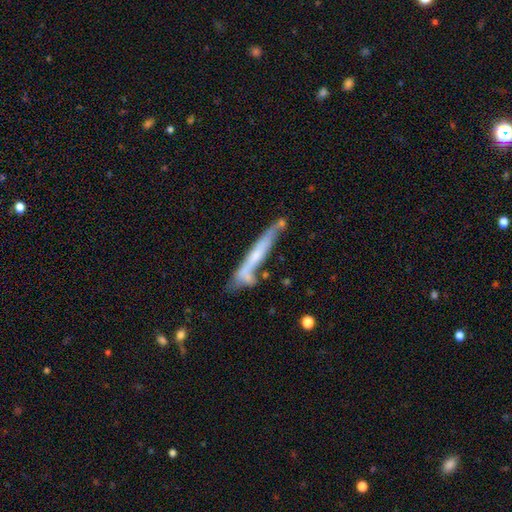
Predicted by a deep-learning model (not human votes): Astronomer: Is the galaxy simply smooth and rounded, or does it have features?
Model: featured or disk — 51% (runner-up: smooth, 42%).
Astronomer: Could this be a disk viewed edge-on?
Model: yes — 83%.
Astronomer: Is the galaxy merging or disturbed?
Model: none — 49%.